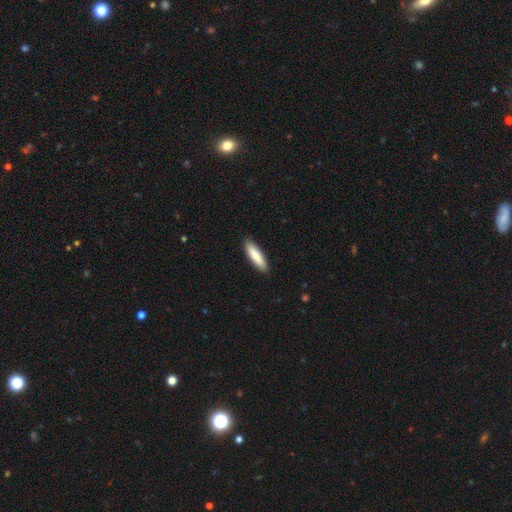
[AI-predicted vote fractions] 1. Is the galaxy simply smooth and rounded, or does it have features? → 79% smooth, 16% featured or disk, 5% star or artifact.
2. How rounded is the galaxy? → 67% cigar-shaped, 32% in between, 1% round.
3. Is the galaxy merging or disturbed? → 90% none, 7% minor disturbance, 1% major disturbance, 1% merger.